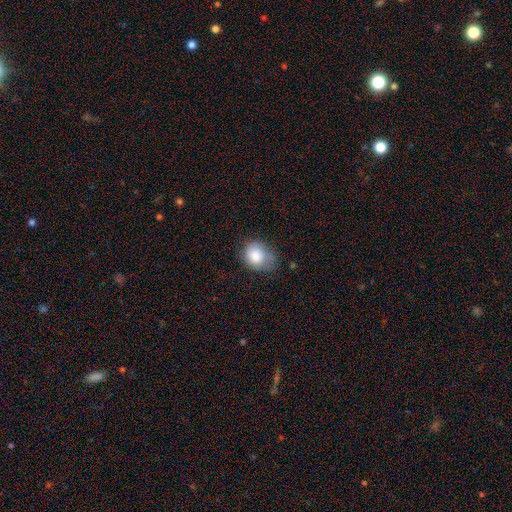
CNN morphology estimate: Q: Smooth or featured?
A: smooth (83%); runner-up: featured or disk (9%)
Q: How rounded?
A: round (57%); runner-up: in between (42%)
Q: Merging?
A: none (51%); runner-up: minor disturbance (35%)